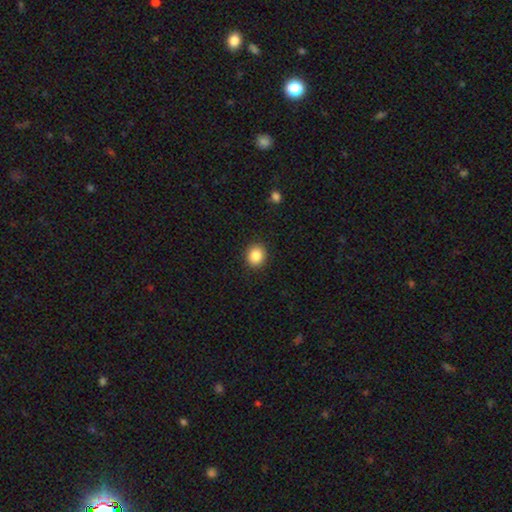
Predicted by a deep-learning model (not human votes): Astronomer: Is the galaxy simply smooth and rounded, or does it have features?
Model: smooth — 86%.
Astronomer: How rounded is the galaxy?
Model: round — 72%.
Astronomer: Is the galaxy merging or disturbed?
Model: none — 90%.